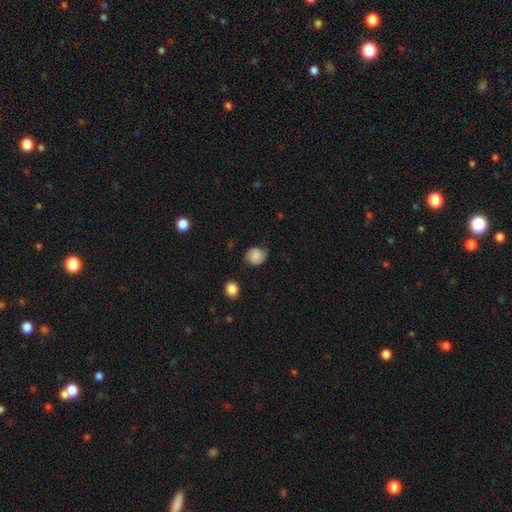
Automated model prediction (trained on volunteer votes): This is likely a smooth galaxy (69%). How rounded: likely round (73%). Merging: likely none (69%).